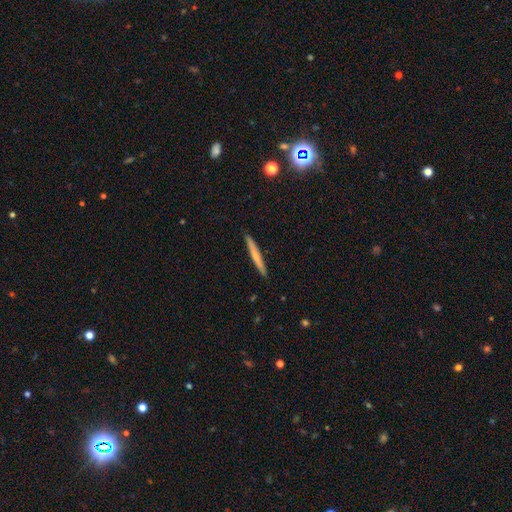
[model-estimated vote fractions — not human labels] Q: Smooth or featured?
A: smooth (59%); runner-up: featured or disk (35%)
Q: How rounded?
A: cigar-shaped (96%); runner-up: in between (2%)
Q: Merging?
A: none (92%); runner-up: minor disturbance (6%)